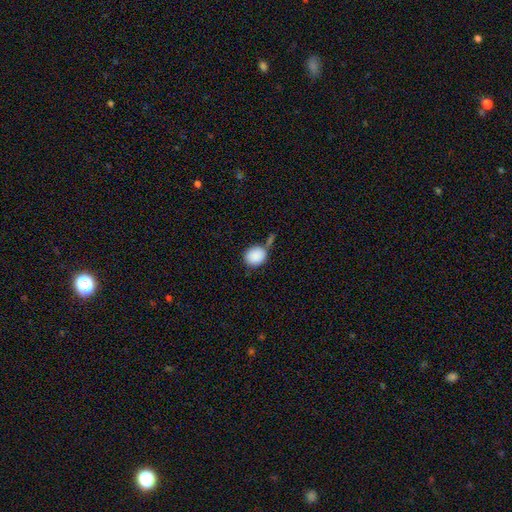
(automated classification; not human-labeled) Morphology: type=smooth (89%); roundness=round (75%); merging=none (55%).